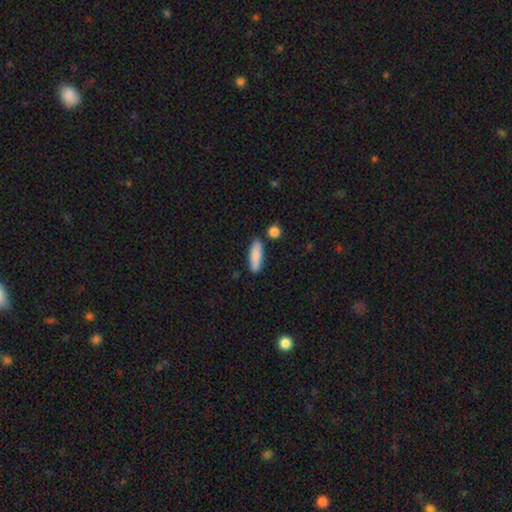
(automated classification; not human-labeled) smooth 85%, featured or disk 8%, star or artifact 6%. Down the decision tree: how rounded — cigar-shaped (60%); merging — none (82%).